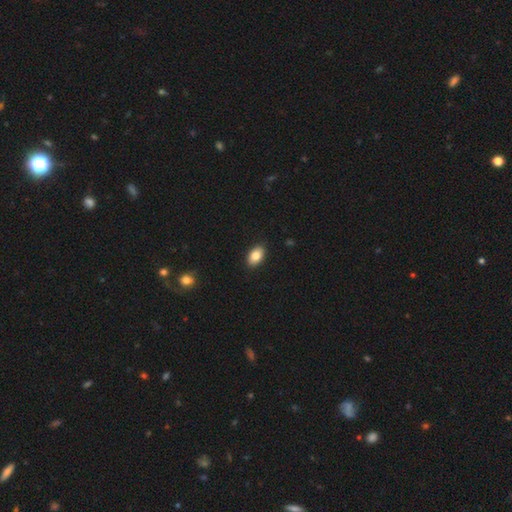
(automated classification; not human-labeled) Smooth or featured? Predicted: smooth (p=0.85). How rounded? Predicted: in between (p=0.90). Merging? Predicted: none (p=0.90).